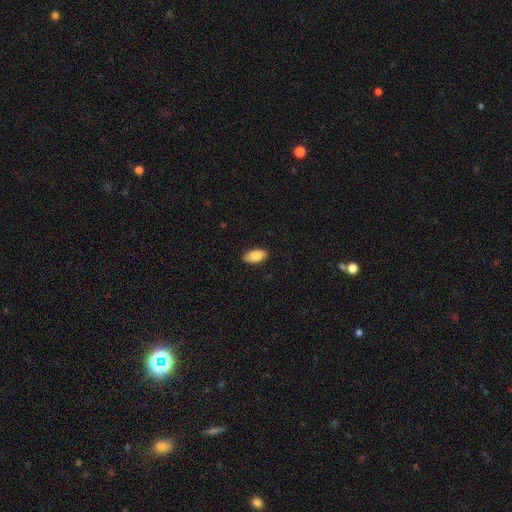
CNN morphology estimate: smooth 85%, featured or disk 8%, star or artifact 6%. Down the decision tree: how rounded — in between (91%); merging — none (87%).